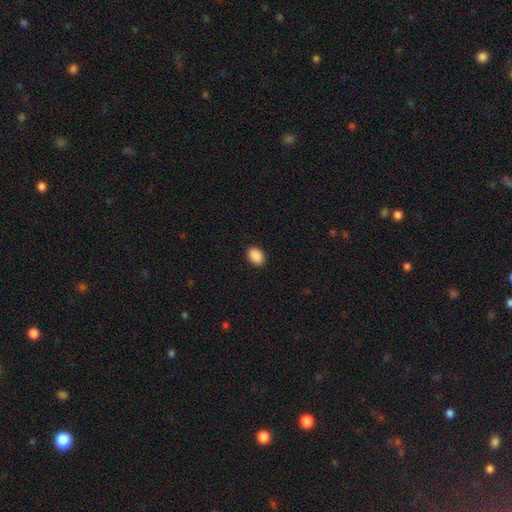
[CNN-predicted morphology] Smooth or featured? Predicted: smooth (p=0.91). How rounded? Predicted: in between (p=0.83). Merging? Predicted: none (p=0.90).